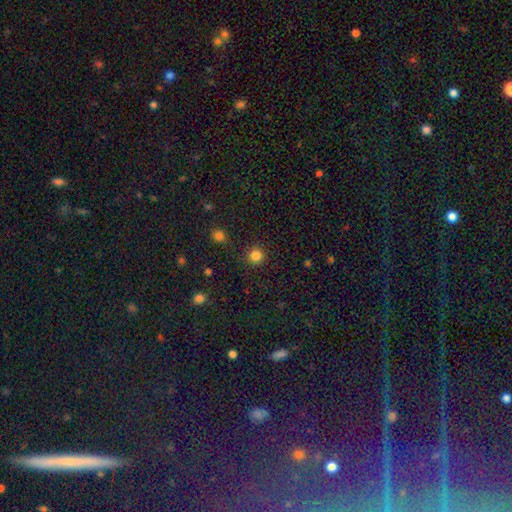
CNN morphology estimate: A smooth galaxy with no disk features (84%) that is round (94%).

Vote fractions:
- Smooth or featured? smooth: 84% / star or artifact: 13% / featured or disk: 4%
- How rounded? round: 94% / in between: 5% / cigar-shaped: 1%
- Merging? none: 90% / minor disturbance: 6% / major disturbance: 2% / merger: 2%